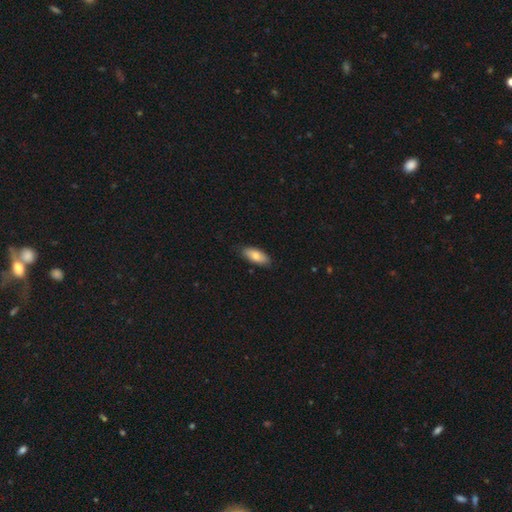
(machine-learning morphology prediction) Overall: smooth (77%). How rounded: in between (85%). Merging: none (84%).